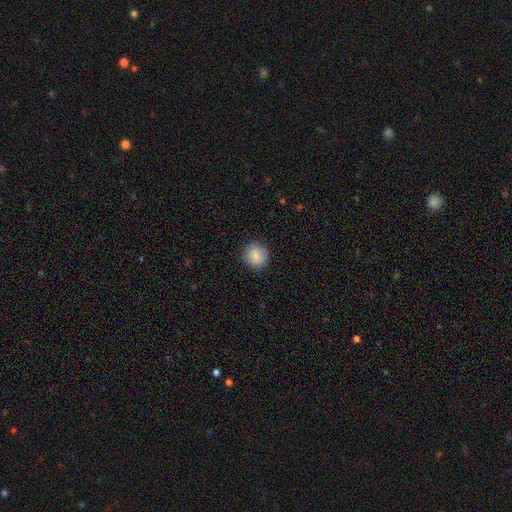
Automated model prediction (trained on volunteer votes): smooth-or-featured: smooth: 86% | star or artifact: 8% | featured or disk: 6%
  how-rounded: round: 88% | in between: 11% | cigar-shaped: 1%
  merging: none: 87% | minor disturbance: 9% | major disturbance: 2% | merger: 1%